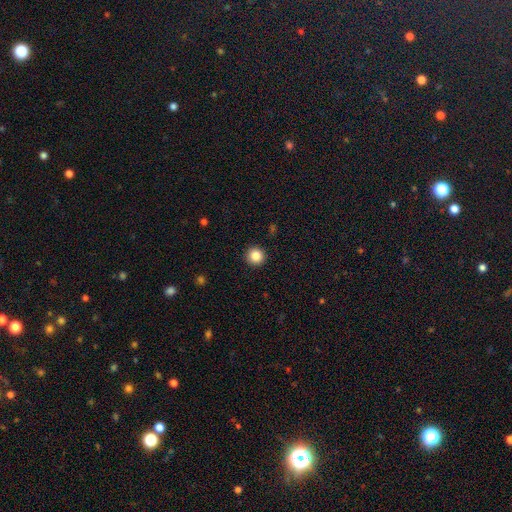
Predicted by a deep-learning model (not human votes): Smooth or featured: smooth — 85% (star or artifact — 10%)
How rounded: round — 96% (in between — 3%)
Merging: none — 93% (minor disturbance — 4%)